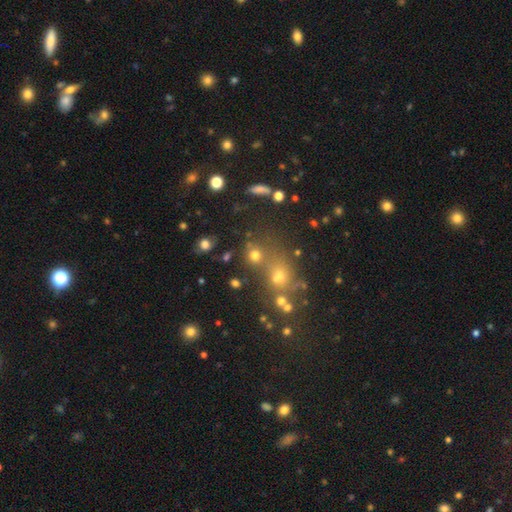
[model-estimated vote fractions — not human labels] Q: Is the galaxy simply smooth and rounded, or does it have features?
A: smooth — 56%.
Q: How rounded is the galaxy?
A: round — 73%.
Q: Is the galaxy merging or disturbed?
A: none — 54%.